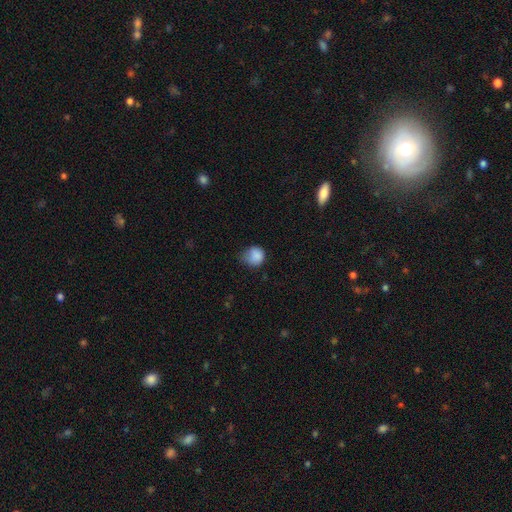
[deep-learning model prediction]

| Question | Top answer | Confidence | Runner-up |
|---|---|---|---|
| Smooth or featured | smooth | 86% | star or artifact (9%) |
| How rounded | round | 79% | in between (20%) |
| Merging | none | 47% | minor disturbance (39%) |